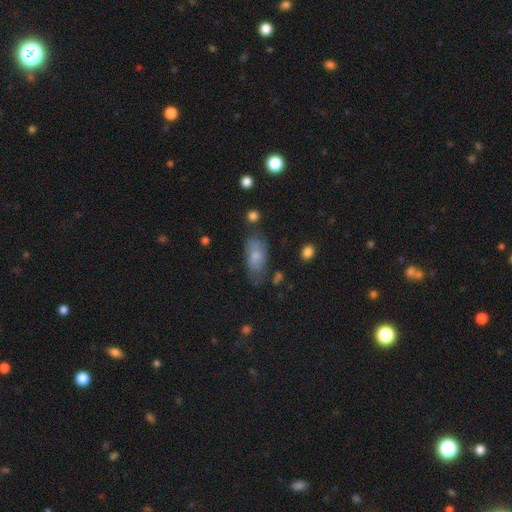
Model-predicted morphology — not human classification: type=smooth (68%); roundness=in between (88%); merging=none (60%).